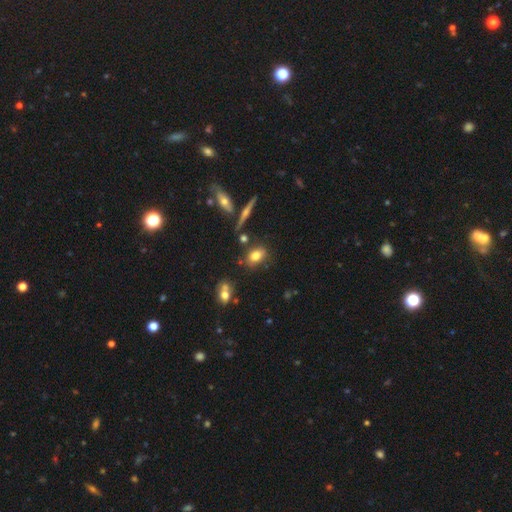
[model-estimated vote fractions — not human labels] Q: Smooth or featured?
A: smooth (76%); runner-up: featured or disk (13%)
Q: How rounded?
A: in between (77%); runner-up: round (18%)
Q: Merging?
A: none (75%); runner-up: minor disturbance (14%)